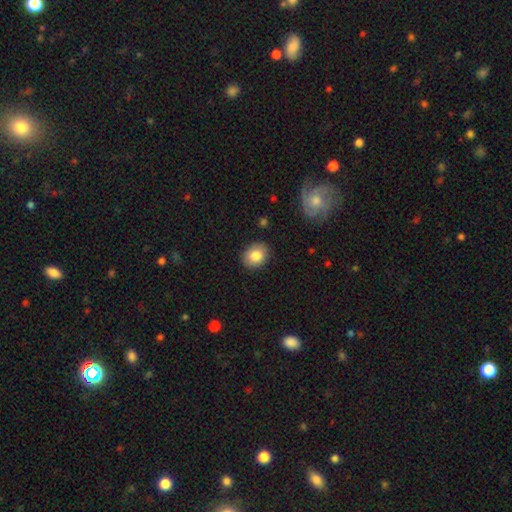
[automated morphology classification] Smooth or featured? Predicted: smooth (p=0.83). How rounded? Predicted: round (p=0.50, tied with in between). Merging? Predicted: none (p=0.88).